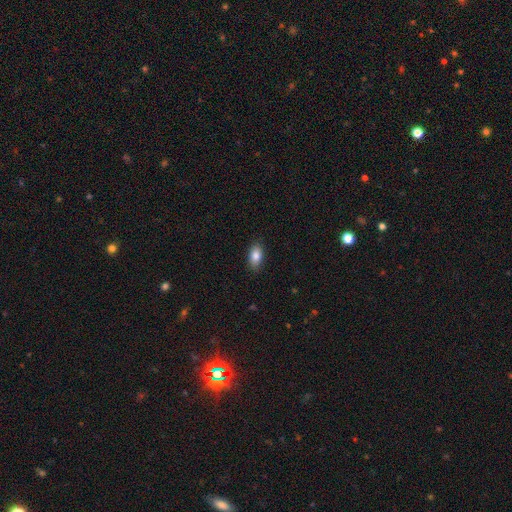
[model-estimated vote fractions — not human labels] Smooth or featured: smooth — 84% (featured or disk — 8%)
How rounded: in between — 91% (round — 6%)
Merging: none — 87% (minor disturbance — 10%)